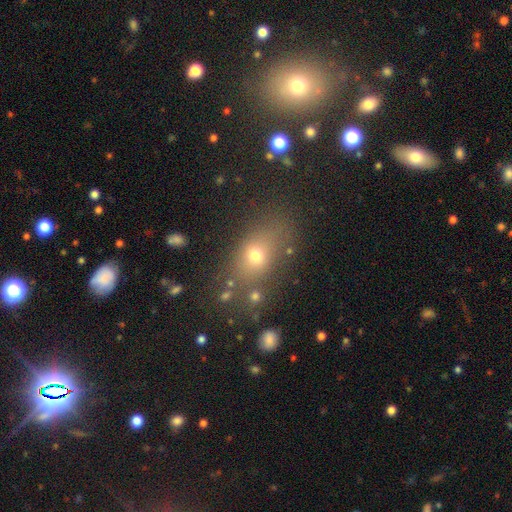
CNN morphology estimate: Smooth or featured? Predicted: smooth (p=0.67). How rounded? Predicted: in between (p=0.65). Merging? Predicted: none (p=0.72).